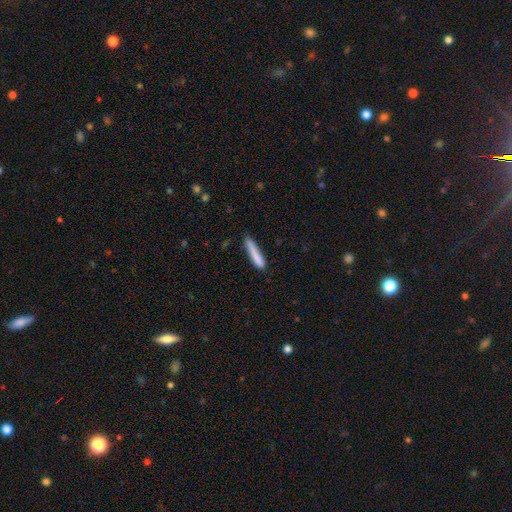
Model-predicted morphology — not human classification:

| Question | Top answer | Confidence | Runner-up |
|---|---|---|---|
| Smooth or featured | smooth | 82% | featured or disk (11%) |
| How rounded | cigar-shaped | 92% | in between (7%) |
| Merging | none | 82% | minor disturbance (14%) |